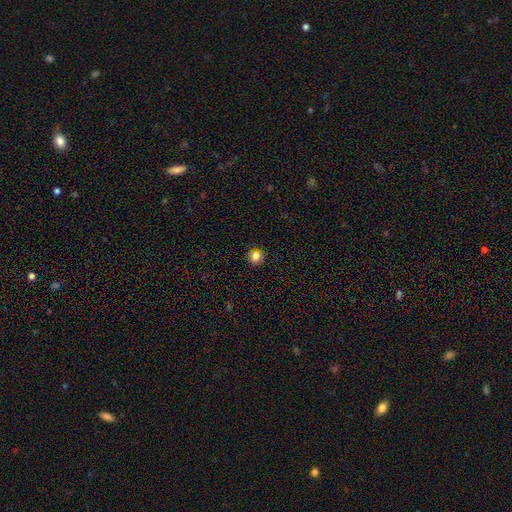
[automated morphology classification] Overall: smooth (83%). How rounded: round (90%). Merging: none (91%).